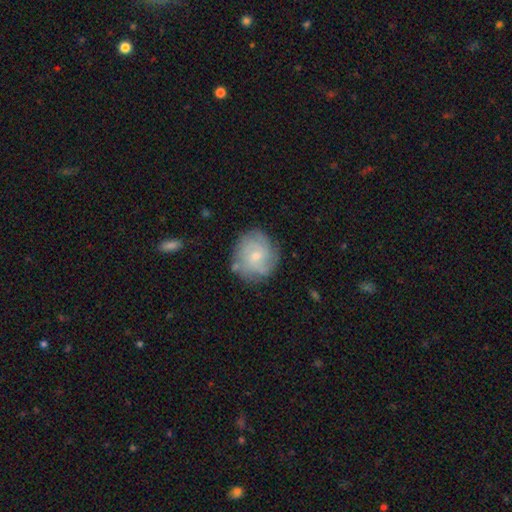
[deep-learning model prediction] Overall: featured or disk (62%; smooth 31%). Edge-on disk: no (98%). Bar: no (66%; weak 30%). Spiral arms: yes (87%). Spiral arm count: can't tell (37%; 3 23%). Spiral winding: tight (53%; medium 35%). Bulge size: small (53%; moderate 41%). Merging: none (75%).